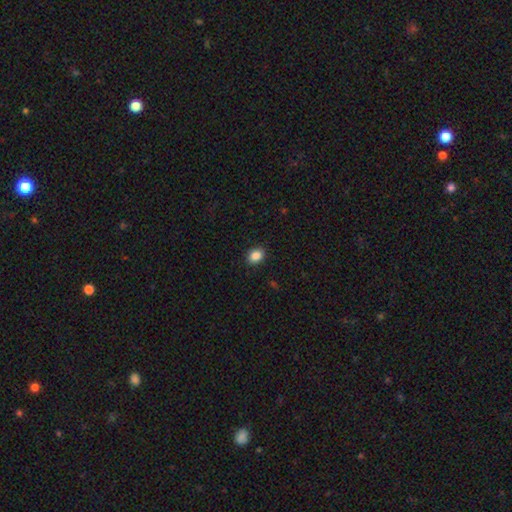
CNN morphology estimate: smooth 87%, star or artifact 9%, featured or disk 3%. Down the decision tree: how rounded — in between (65%); merging — none (90%).